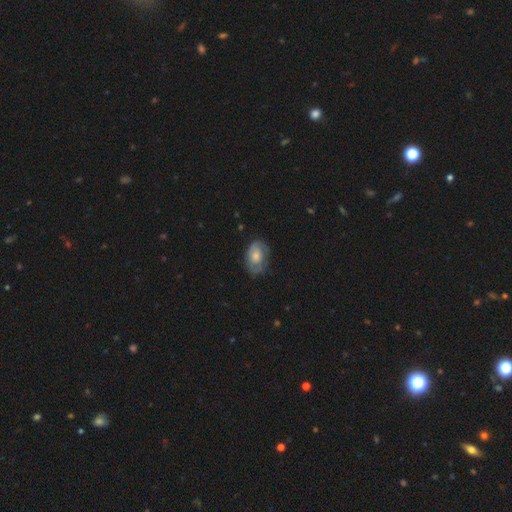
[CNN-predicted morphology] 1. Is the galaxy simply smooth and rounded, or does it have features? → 47% featured or disk, 46% smooth, 7% star or artifact.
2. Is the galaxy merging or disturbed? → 62% none, 26% minor disturbance, 11% major disturbance, 1% merger.